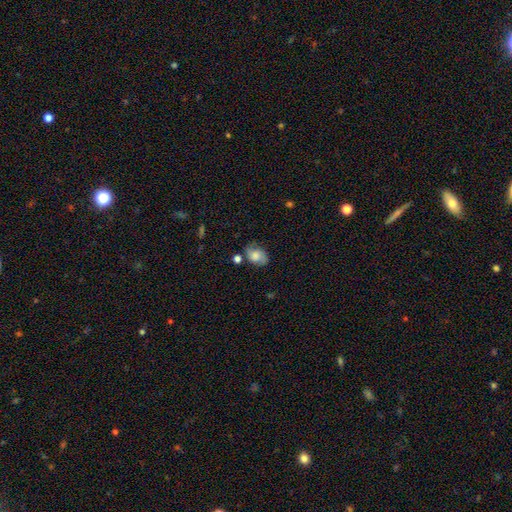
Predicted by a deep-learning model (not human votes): smooth_or_featured: smooth (p=0.61) [alt: featured or disk p=0.30]
how_rounded: in between (p=0.78) [alt: round p=0.20]
merging: none (p=0.66) [alt: minor disturbance p=0.22]